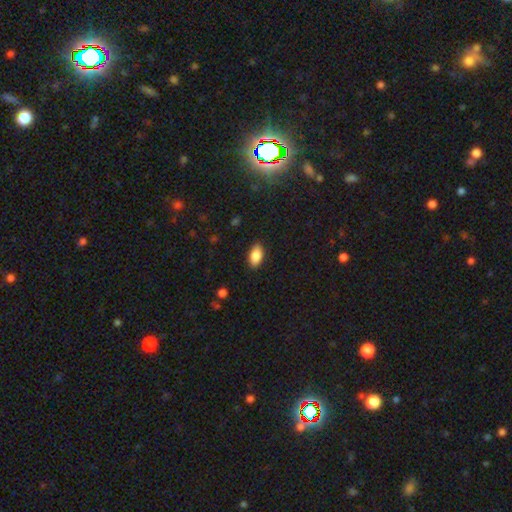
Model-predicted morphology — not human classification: Smooth or featured? Predicted: smooth (p=0.87). How rounded? Predicted: in between (p=0.92). Merging? Predicted: none (p=0.87).